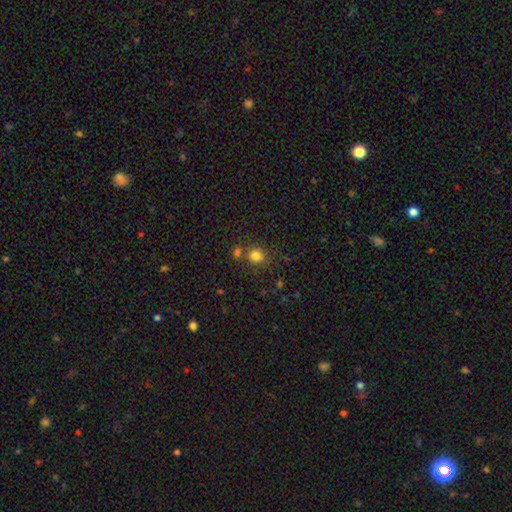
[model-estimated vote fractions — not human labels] This is clearly a smooth galaxy (81%). How rounded: likely round (78%). Merging: likely none (69%).